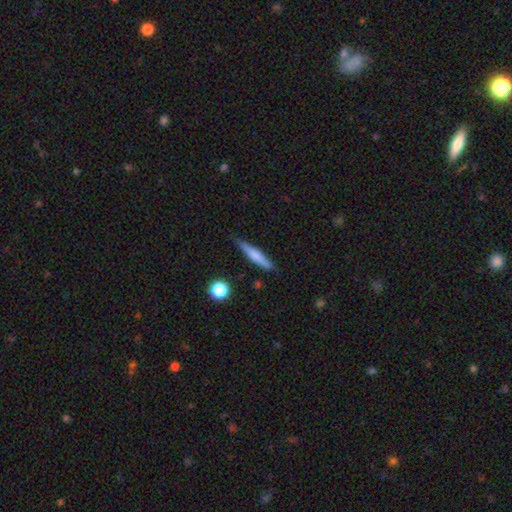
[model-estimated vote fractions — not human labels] smooth-or-featured: smooth: 60% | featured or disk: 33% | star or artifact: 7%
  how-rounded: cigar-shaped: 89% | in between: 9% | round: 2%
  merging: none: 82% | minor disturbance: 14% | major disturbance: 3% | merger: 2%